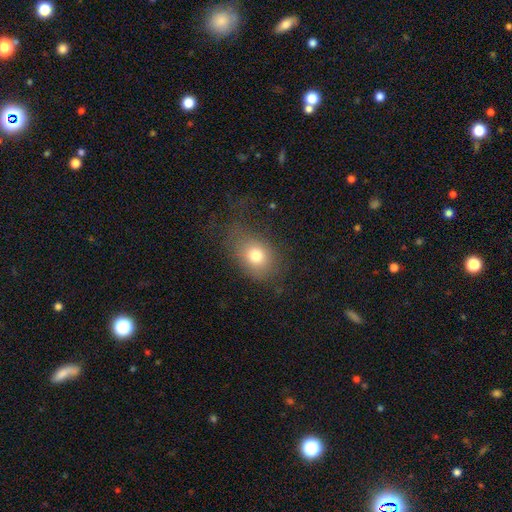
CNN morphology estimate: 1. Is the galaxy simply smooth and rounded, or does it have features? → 75% smooth, 13% featured or disk, 12% star or artifact.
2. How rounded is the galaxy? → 54% in between, 44% round, 1% cigar-shaped.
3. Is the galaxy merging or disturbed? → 57% none, 23% minor disturbance, 18% major disturbance, 2% merger.